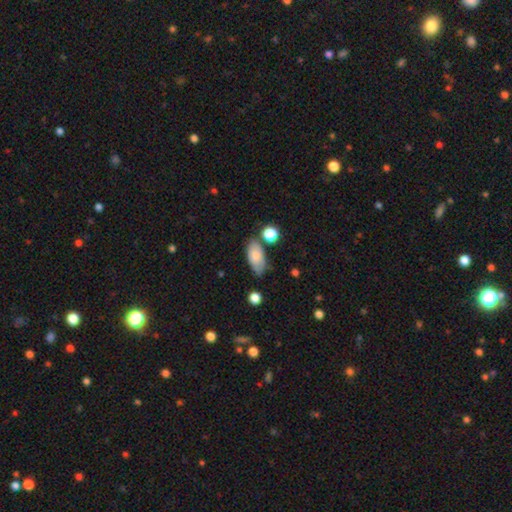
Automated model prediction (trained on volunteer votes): smooth_or_featured: smooth (p=0.78) [alt: featured or disk p=0.15]
how_rounded: in between (p=0.89) [alt: cigar-shaped p=0.07]
merging: none (p=0.66) [alt: minor disturbance p=0.22]